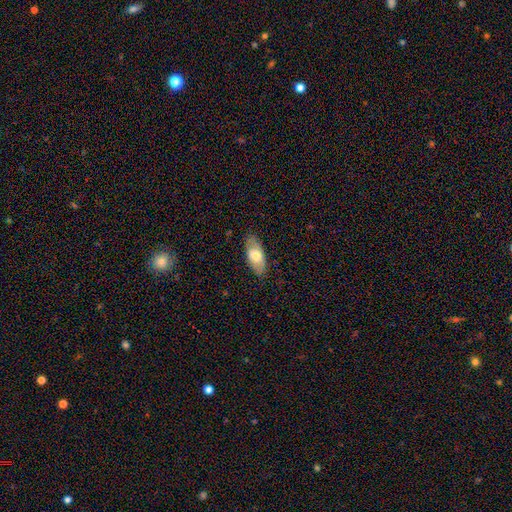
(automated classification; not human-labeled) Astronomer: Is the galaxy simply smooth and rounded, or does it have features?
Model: smooth — 66%.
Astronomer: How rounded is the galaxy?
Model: in between — 86%.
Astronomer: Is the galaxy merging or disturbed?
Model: none — 82%.